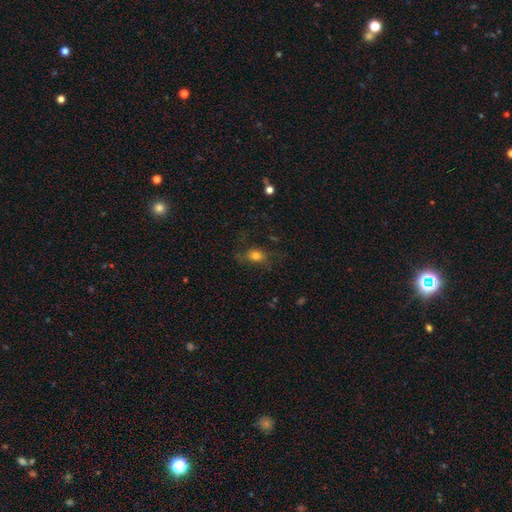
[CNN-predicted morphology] This is likely a smooth galaxy (68%). How rounded: possibly in between (58%). Merging: possibly none (58%).